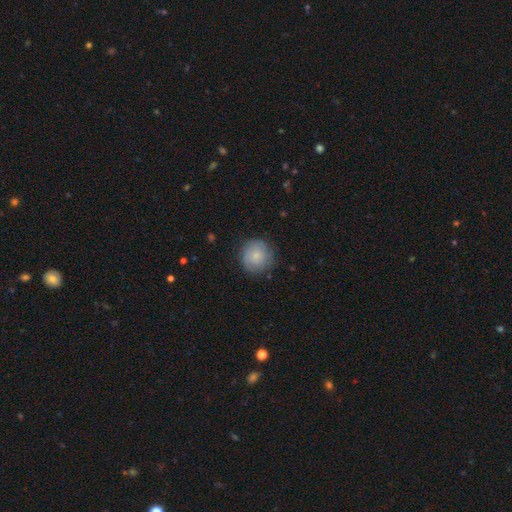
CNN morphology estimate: Smooth or featured? Predicted: smooth (p=0.74). How rounded? Predicted: round (p=0.92). Merging? Predicted: none (p=0.79).